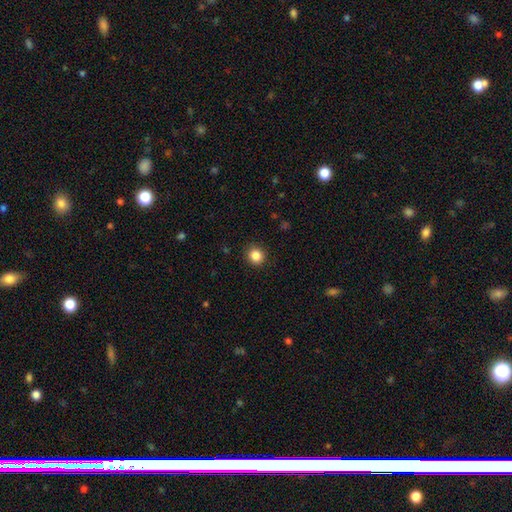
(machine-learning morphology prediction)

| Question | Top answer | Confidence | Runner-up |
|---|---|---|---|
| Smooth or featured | smooth | 86% | star or artifact (10%) |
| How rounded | round | 90% | in between (10%) |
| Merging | none | 91% | minor disturbance (6%) |